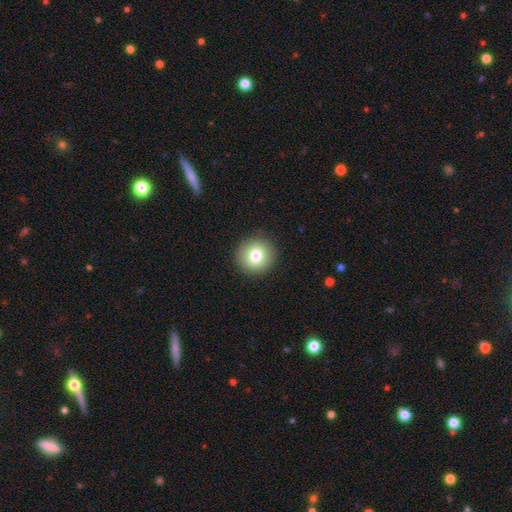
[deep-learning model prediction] Smooth or featured?
  - smooth: 78% *
  - featured or disk: 12%
  - star or artifact: 10%
How rounded?
  - round: 93% *
  - in between: 6%
  - cigar-shaped: 1%
Merging?
  - none: 91% *
  - minor disturbance: 6%
  - major disturbance: 2%
  - merger: 1%